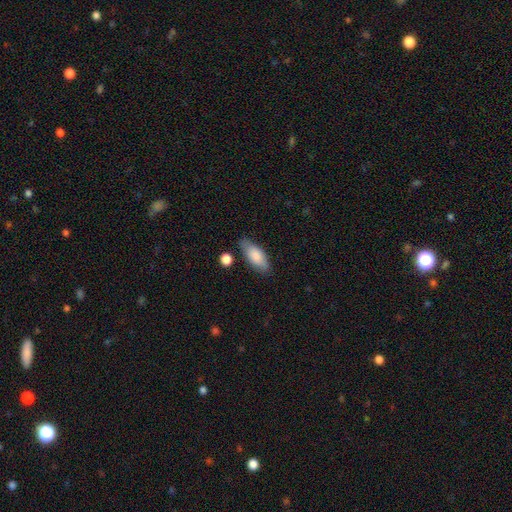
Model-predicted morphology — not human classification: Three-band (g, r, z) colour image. It shows a smooth galaxy with no disk features (82%) that is in between round and cigar-shaped (80%). Merging: none (76%).